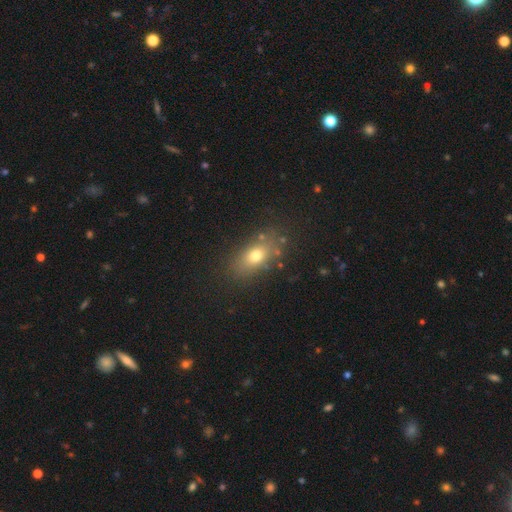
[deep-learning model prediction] The model was most divided on "smooth or featured": smooth: 71%, featured or disk: 16%, star or artifact: 13%. More confident: merging — none (79%); how rounded — in between (76%).